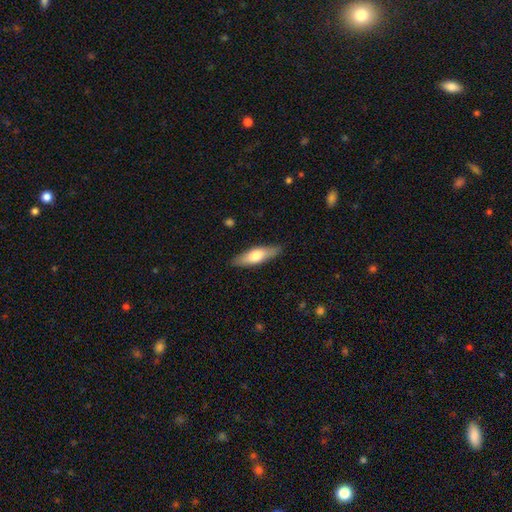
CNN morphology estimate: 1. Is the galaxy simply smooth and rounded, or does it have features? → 61% smooth, 33% featured or disk, 5% star or artifact.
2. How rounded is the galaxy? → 54% cigar-shaped, 44% in between, 2% round.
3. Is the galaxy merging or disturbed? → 86% none, 10% minor disturbance, 2% major disturbance, 1% merger.